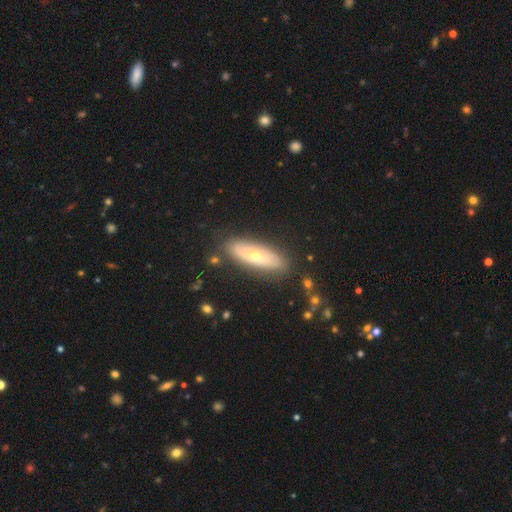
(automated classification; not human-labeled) smooth_or_featured: featured or disk (p=0.47) [alt: smooth p=0.46]
merging: none (p=0.84) [alt: minor disturbance p=0.12]